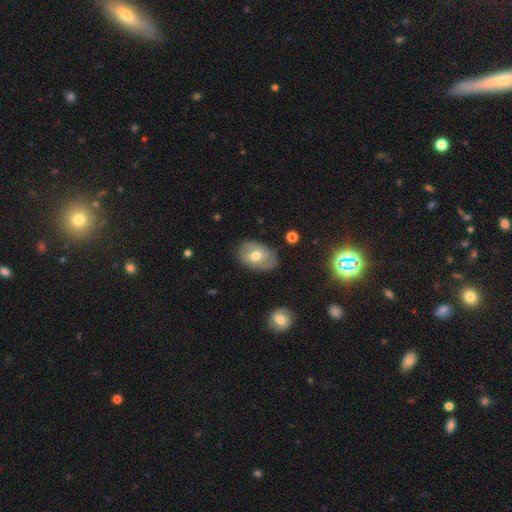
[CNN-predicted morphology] Q: Smooth or featured?
A: smooth (47%); runner-up: featured or disk (45%)
Q: Merging?
A: none (73%); runner-up: minor disturbance (20%)